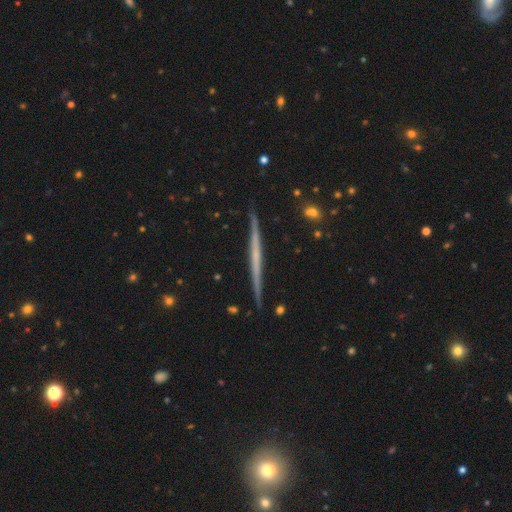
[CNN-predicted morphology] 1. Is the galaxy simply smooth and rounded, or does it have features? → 68% featured or disk, 26% smooth, 6% star or artifact.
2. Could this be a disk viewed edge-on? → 98% yes, 2% no.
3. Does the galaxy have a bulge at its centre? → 82% none, 12% rounded, 5% boxy.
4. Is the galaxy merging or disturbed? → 91% none, 7% minor disturbance, 1% merger, 1% major disturbance.